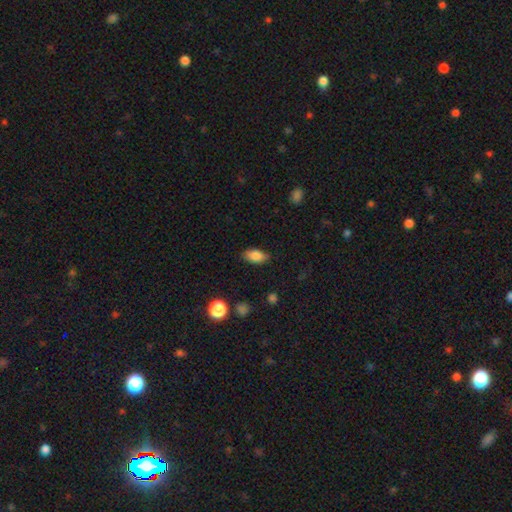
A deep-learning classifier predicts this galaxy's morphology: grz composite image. It shows a smooth galaxy with no disk features (85%) that is in between round and cigar-shaped (90%). Merging: none (84%).